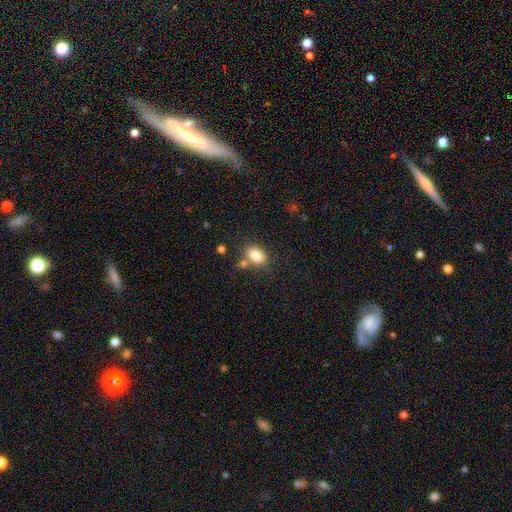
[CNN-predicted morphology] smooth-or-featured: smooth: 83% | star or artifact: 9% | featured or disk: 8%
  how-rounded: in between: 83% | round: 16% | cigar-shaped: 1%
  merging: none: 67% | merger: 15% | minor disturbance: 14% | major disturbance: 4%